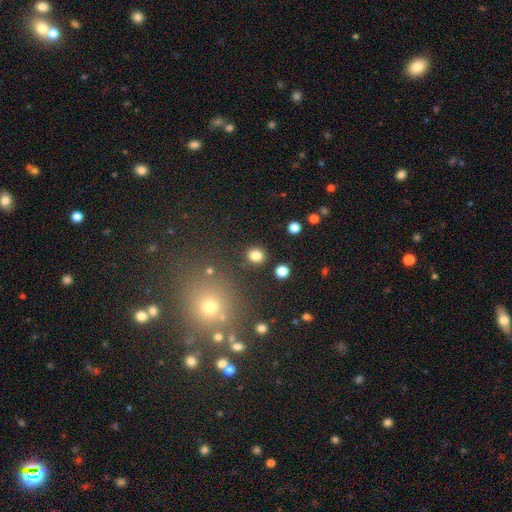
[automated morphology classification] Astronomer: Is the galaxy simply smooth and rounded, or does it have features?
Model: smooth — 82%.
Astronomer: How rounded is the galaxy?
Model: round — 79%.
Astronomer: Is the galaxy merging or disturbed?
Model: none — 87%.